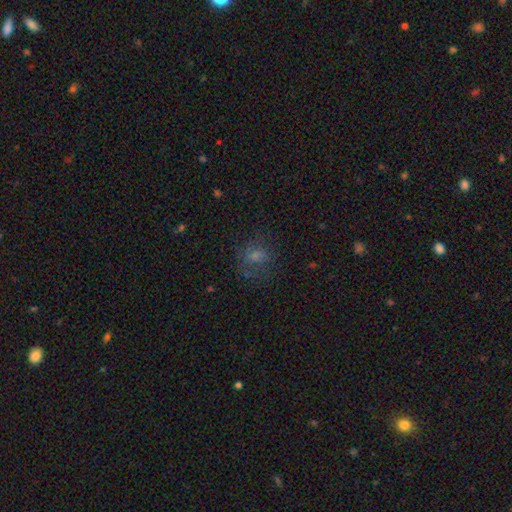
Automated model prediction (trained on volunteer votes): Morphology: type=smooth (62%); roundness=round (65%); merging=none (62%).